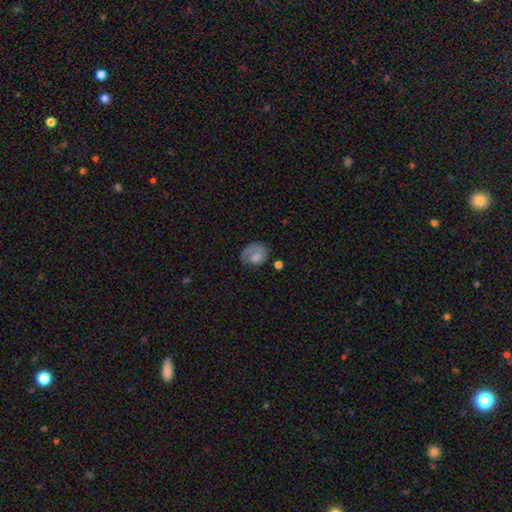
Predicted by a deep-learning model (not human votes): This appears to be a smooth galaxy with no disk features (64%) that is round (51%). Merging: none (48%).